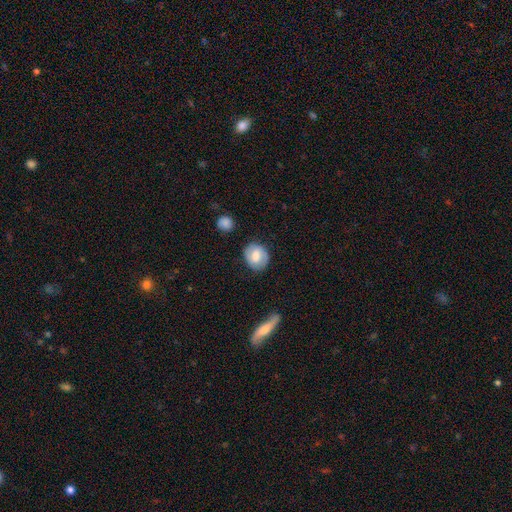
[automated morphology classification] type=smooth (60%); roundness=round (59%); merging=none (80%).